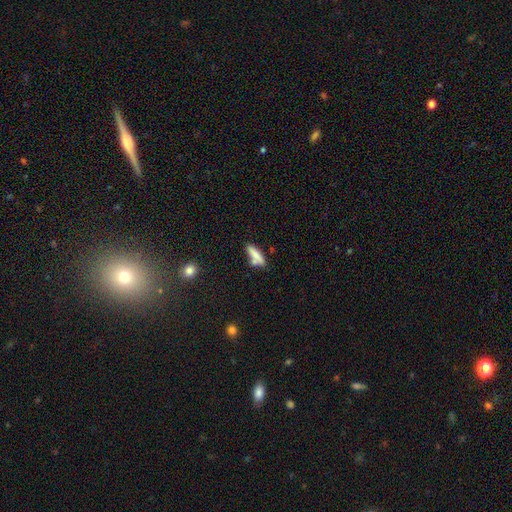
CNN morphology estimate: Q: Smooth or featured?
A: smooth (76%); runner-up: featured or disk (16%)
Q: How rounded?
A: cigar-shaped (55%); runner-up: in between (42%)
Q: Merging?
A: none (56%); runner-up: merger (20%)